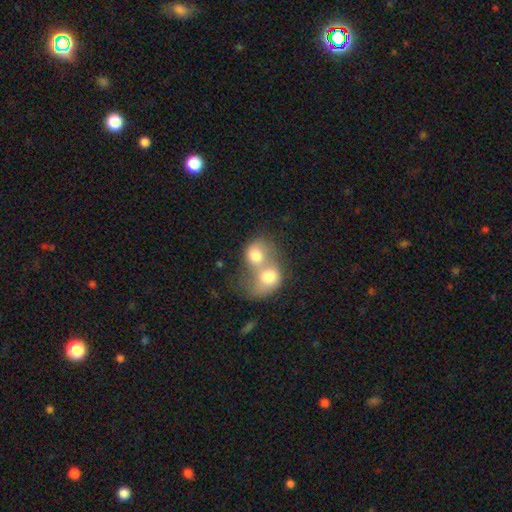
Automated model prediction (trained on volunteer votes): Overall: smooth (70%). How rounded: round (53%; in between 46%). Merging: merger (83%).